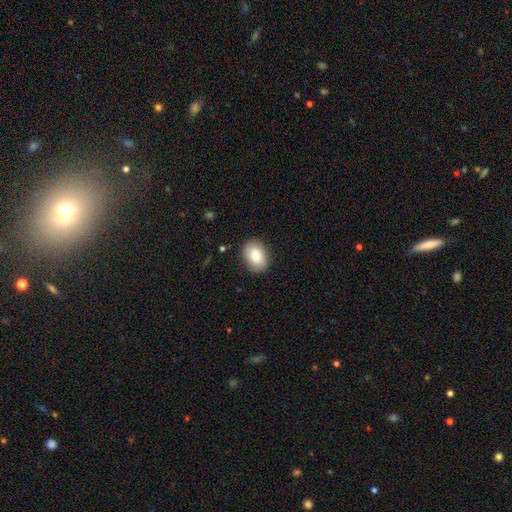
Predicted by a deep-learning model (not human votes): Smooth or featured?
  - smooth: 80% *
  - featured or disk: 12%
  - star or artifact: 7%
How rounded?
  - in between: 70% *
  - round: 29%
  - cigar-shaped: 1%
Merging?
  - none: 87% *
  - minor disturbance: 9%
  - major disturbance: 2%
  - merger: 1%